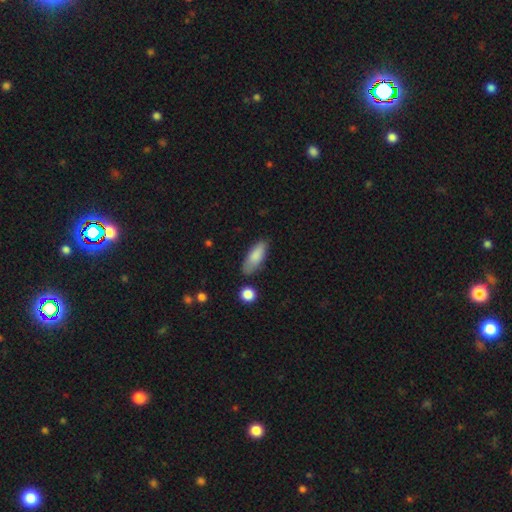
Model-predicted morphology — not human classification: The model was most divided on "how rounded": in between: 74%, cigar-shaped: 24%, round: 2%. More confident: smooth or featured — smooth (84%); merging — none (76%).